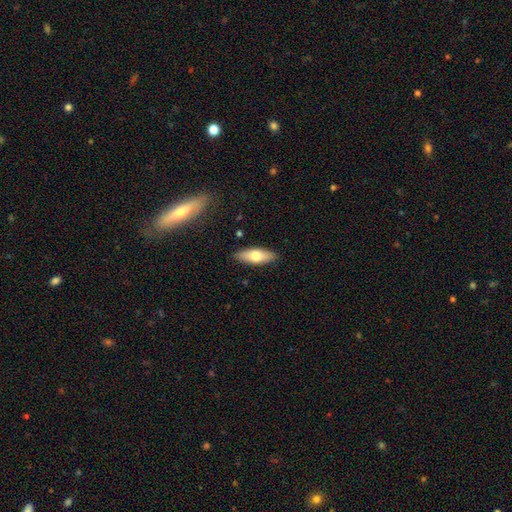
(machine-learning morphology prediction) The model was most divided on "how rounded": in between: 70%, cigar-shaped: 28%, round: 2%. More confident: merging — none (88%); smooth or featured — smooth (69%).